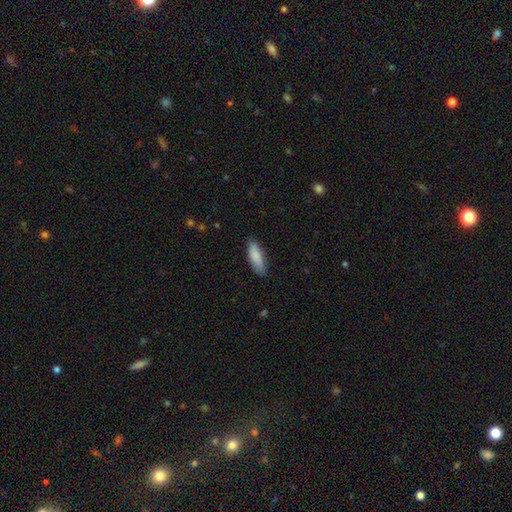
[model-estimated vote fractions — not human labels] Smooth or featured?
  - smooth: 86% *
  - featured or disk: 8%
  - star or artifact: 5%
How rounded?
  - in between: 55% *
  - cigar-shaped: 43%
  - round: 2%
Merging?
  - none: 82% *
  - minor disturbance: 14%
  - major disturbance: 2%
  - merger: 1%